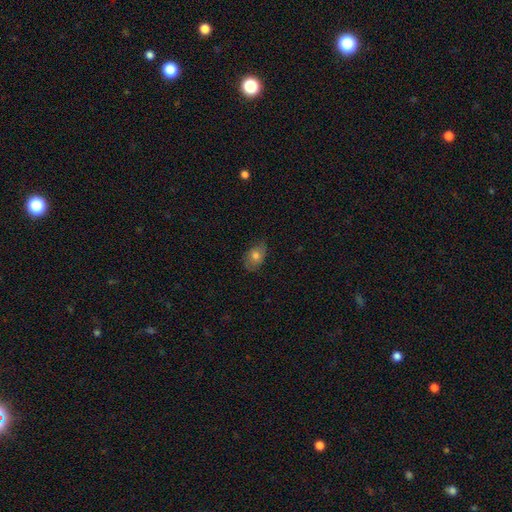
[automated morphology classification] smooth_or_featured: smooth (p=0.70) [alt: featured or disk p=0.21]
how_rounded: in between (p=0.79) [alt: round p=0.20]
merging: none (p=0.70) [alt: minor disturbance p=0.24]